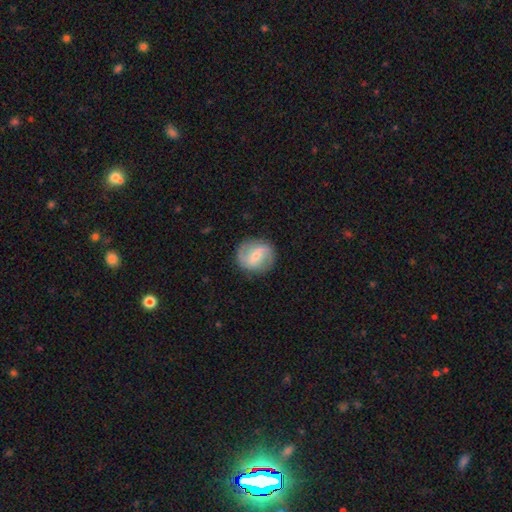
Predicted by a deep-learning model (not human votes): The model was most divided on "spiral winding": medium: 43%, loose: 34%, tight: 23%. Remaining: edge-on disk — no (97%); spiral arm count — 2 (88%); spiral arms — yes (87%); merging — none (86%); smooth or featured — featured or disk (69%); bulge size — small (54%); bar — weak (48%).